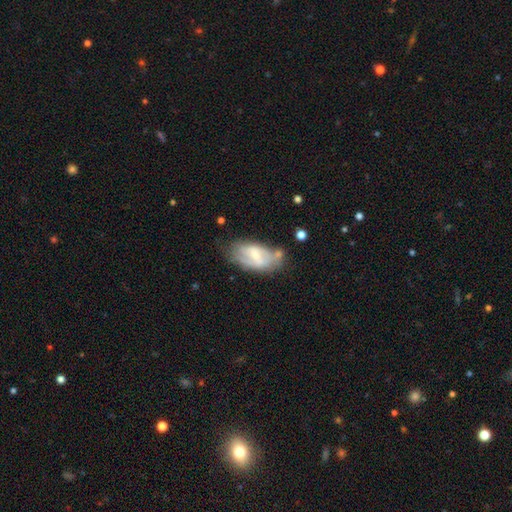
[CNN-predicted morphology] This is possibly a featured or disk galaxy (58%). It is clearly not viewed edge-on (93%). Bar: possibly weak (49%). Spiral arm pattern: likely yes (64%). Central bulge: possibly small (45%). Merging: possibly none (49%).